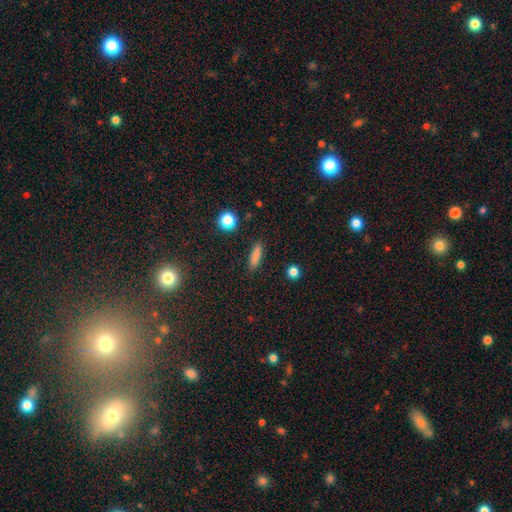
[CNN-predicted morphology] Smooth or featured? smooth (83%)
How rounded? cigar-shaped (73%)
Merging? none (89%)